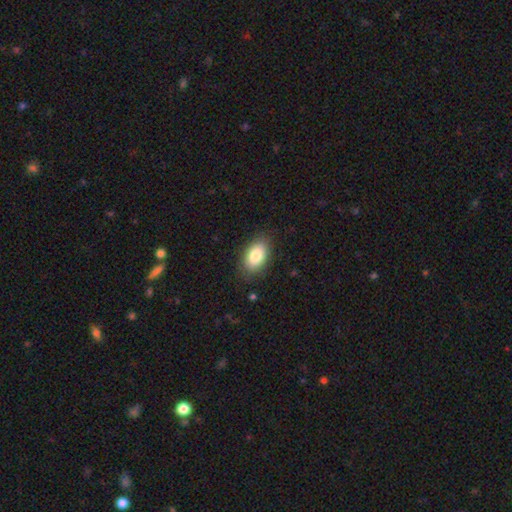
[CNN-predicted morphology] Smooth or featured: smooth — 84% (featured or disk — 9%)
How rounded: in between — 92% (round — 7%)
Merging: none — 84% (minor disturbance — 12%)